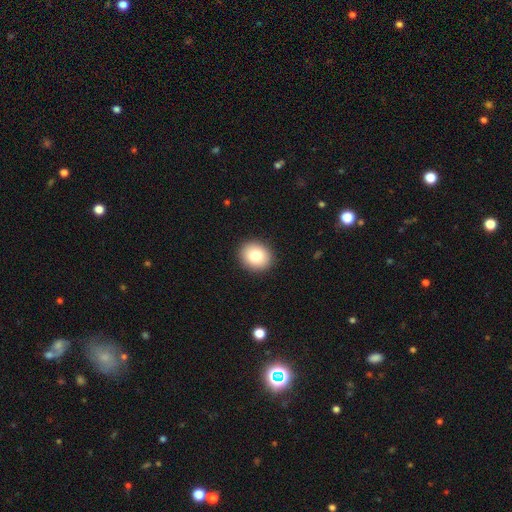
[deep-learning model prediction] Smooth or featured?
  - smooth: 80% *
  - featured or disk: 10%
  - star or artifact: 9%
How rounded?
  - round: 75% *
  - in between: 24%
  - cigar-shaped: 1%
Merging?
  - none: 92% *
  - minor disturbance: 6%
  - major disturbance: 2%
  - merger: 1%